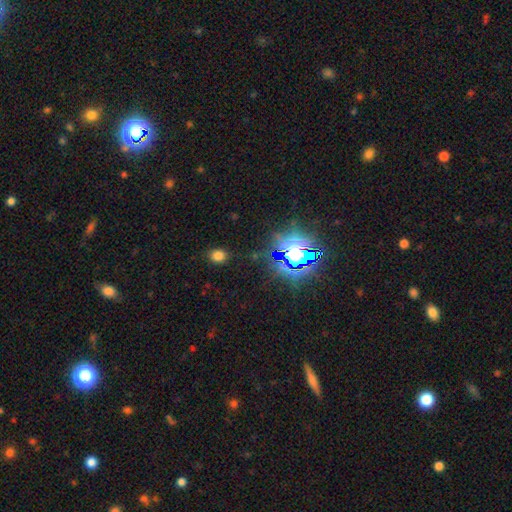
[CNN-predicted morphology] smooth_or_featured: star or artifact (p=0.74) [alt: smooth p=0.18]